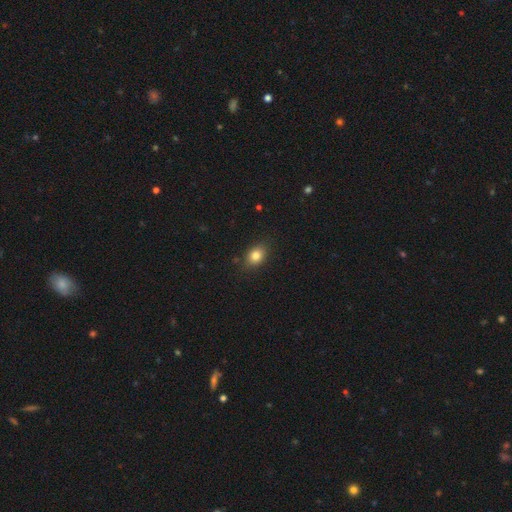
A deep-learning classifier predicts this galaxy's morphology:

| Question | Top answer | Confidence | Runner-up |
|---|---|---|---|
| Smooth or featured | smooth | 82% | star or artifact (10%) |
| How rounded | in between | 67% | round (31%) |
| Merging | none | 84% | minor disturbance (12%) |